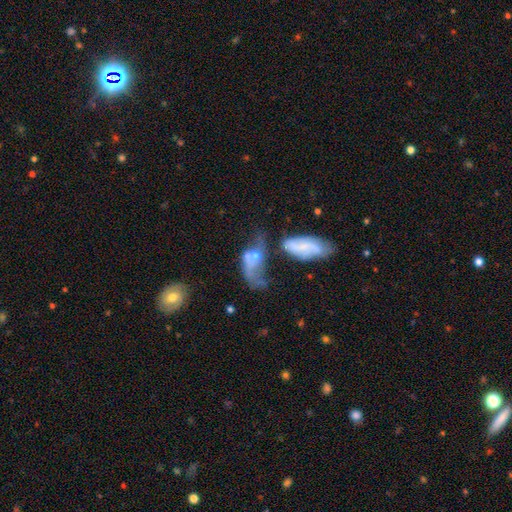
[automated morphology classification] Smooth or featured: featured or disk — 56% (smooth — 31%)
Edge-on disk: no — 90% (yes — 10%)
Bar: no — 73% (weak — 20%)
Spiral arms: yes — 54% (no — 46%)
Bulge size: small — 43% (moderate — 37%)
Merging: merger — 42% (major disturbance — 28%)